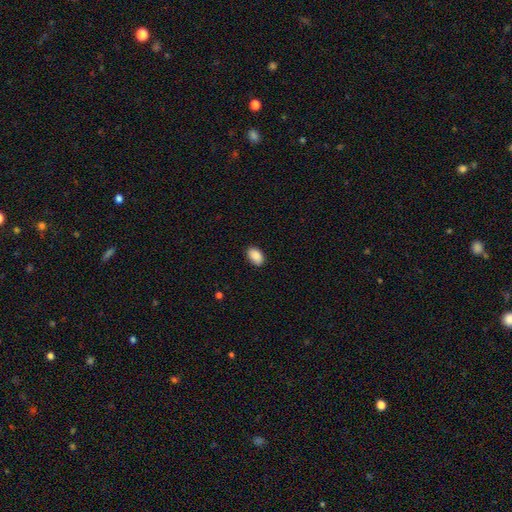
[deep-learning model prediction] This appears to be a smooth galaxy with no disk features (89%) that is in between round and cigar-shaped (91%). Merging: none (87%).